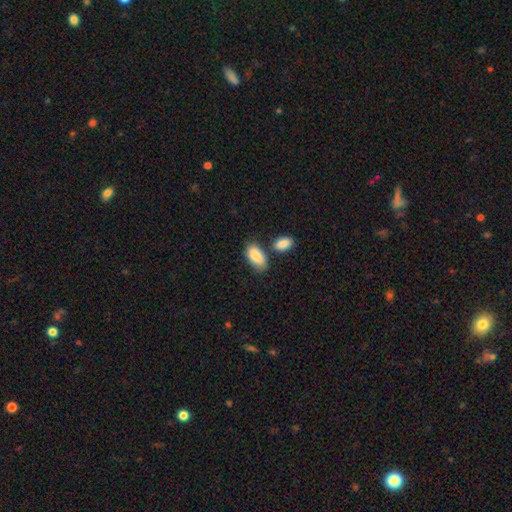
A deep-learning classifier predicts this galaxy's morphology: Smooth or featured? Predicted: smooth (p=0.88). How rounded? Predicted: in between (p=0.93). Merging? Predicted: none (p=0.61).